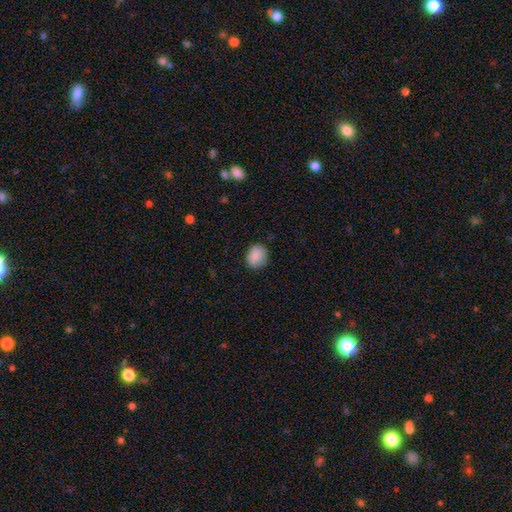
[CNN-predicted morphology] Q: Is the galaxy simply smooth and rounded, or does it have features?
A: smooth — 88%.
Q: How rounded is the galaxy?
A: round — 62%.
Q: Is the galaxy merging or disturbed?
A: none — 80%.